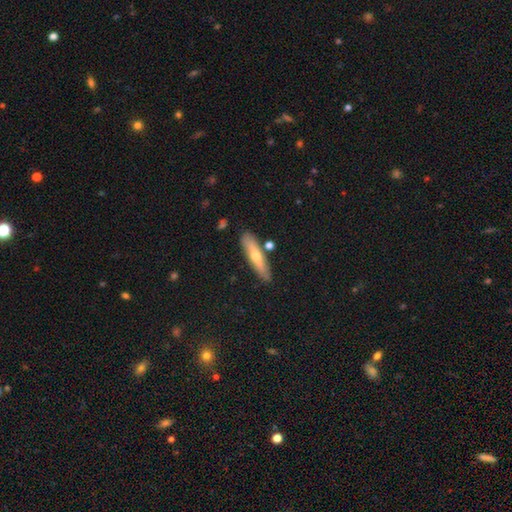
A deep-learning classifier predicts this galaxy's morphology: type=smooth (53%); roundness=cigar-shaped (79%); merging=none (82%).